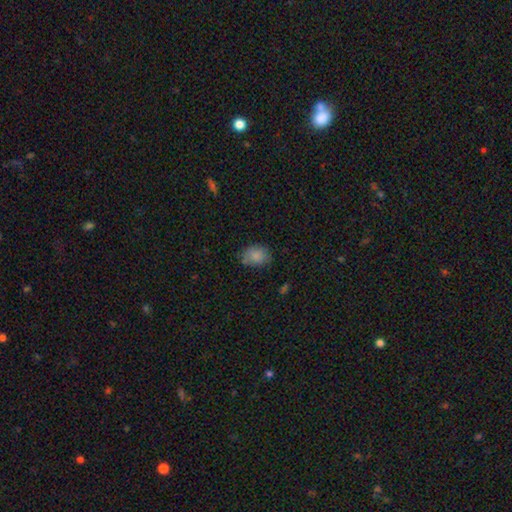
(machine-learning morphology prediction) Q: Smooth or featured?
A: smooth (84%); runner-up: star or artifact (9%)
Q: How rounded?
A: in between (65%); runner-up: round (34%)
Q: Merging?
A: none (70%); runner-up: minor disturbance (23%)